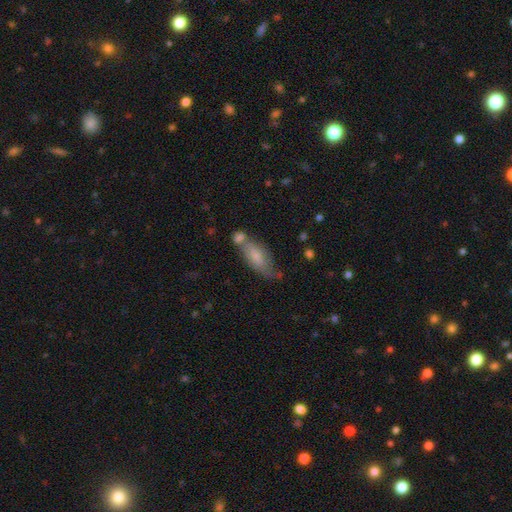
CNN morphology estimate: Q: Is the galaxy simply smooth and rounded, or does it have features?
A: smooth — 65%.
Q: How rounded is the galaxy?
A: in between — 75%.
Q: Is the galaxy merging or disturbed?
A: none — 40%.